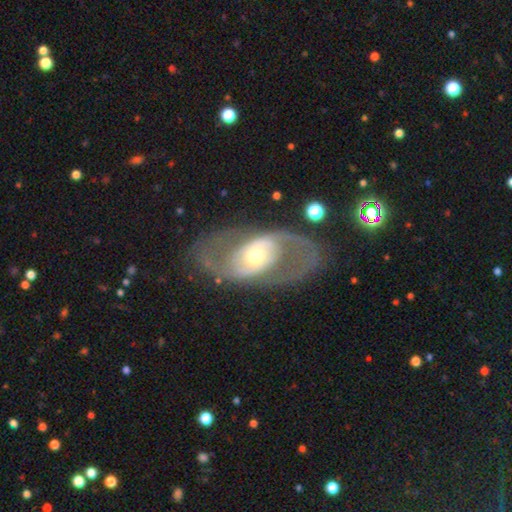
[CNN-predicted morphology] A featured or disk galaxy (81%) with no bar (55%), 2 (83%) medium (46%) spiral arms (74%) and a moderate central bulge (61%). Merging: none (72%).